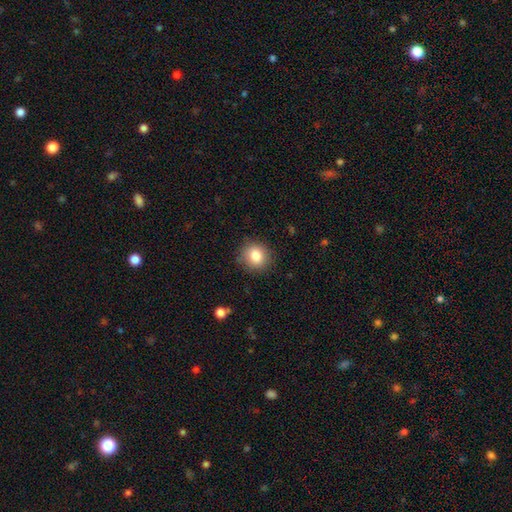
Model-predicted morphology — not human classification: The model was most divided on "how rounded": round: 85%, in between: 14%, cigar-shaped: 1%. More confident: merging — none (87%); smooth or featured — smooth (83%).